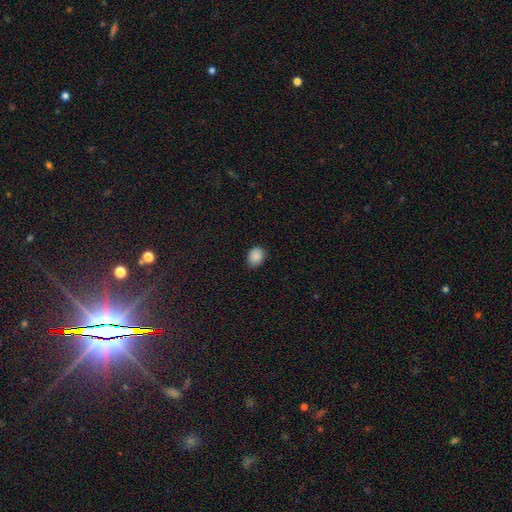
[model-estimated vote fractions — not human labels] Q: Smooth or featured?
A: smooth (88%); runner-up: star or artifact (9%)
Q: How rounded?
A: in between (58%); runner-up: round (41%)
Q: Merging?
A: none (81%); runner-up: minor disturbance (15%)